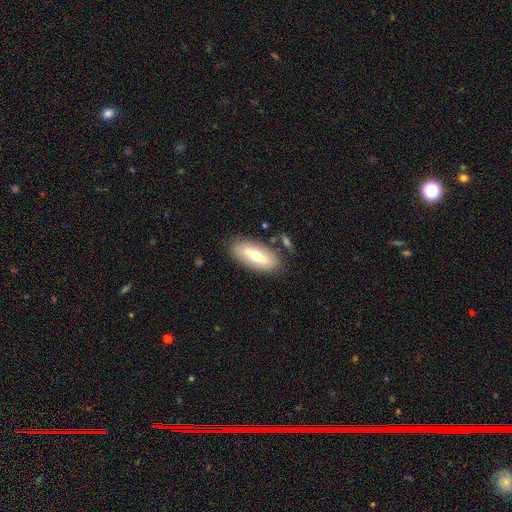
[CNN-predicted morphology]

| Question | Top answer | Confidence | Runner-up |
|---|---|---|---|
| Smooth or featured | smooth | 57% | featured or disk (37%) |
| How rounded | in between | 83% | cigar-shaped (15%) |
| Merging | none | 81% | minor disturbance (12%) |